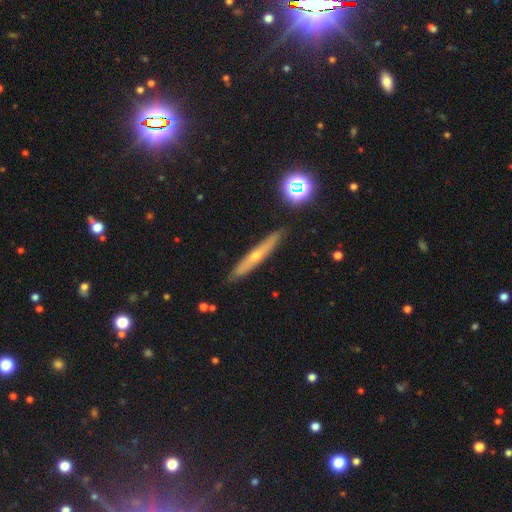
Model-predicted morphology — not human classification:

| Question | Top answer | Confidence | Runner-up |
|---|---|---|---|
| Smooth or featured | featured or disk | 57% | smooth (35%) |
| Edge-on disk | yes | 91% | no (9%) |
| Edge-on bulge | rounded | 70% | none (28%) |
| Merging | none | 88% | minor disturbance (8%) |